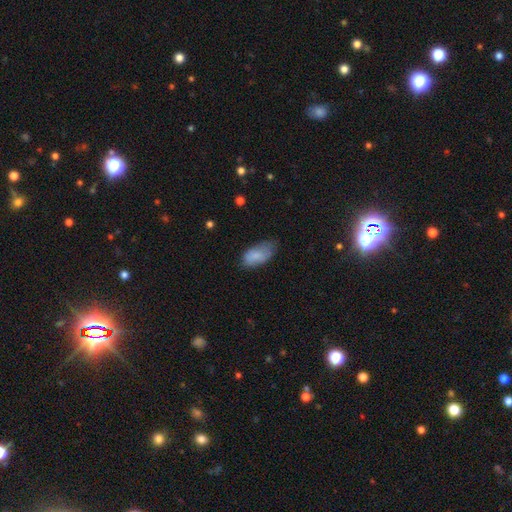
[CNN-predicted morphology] A smooth galaxy with no disk features (82%) that is in between round and cigar-shaped (93%). Merging: none (54%).